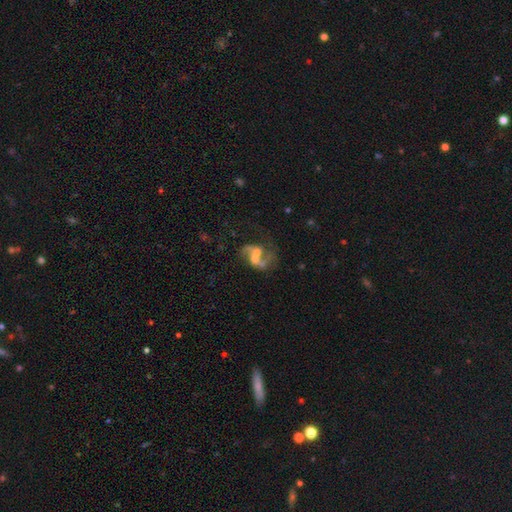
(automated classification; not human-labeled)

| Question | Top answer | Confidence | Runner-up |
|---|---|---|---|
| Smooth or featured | featured or disk | 72% | smooth (18%) |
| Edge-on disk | no | 98% | yes (2%) |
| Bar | no | 59% | weak (31%) |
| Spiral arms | yes | 77% | no (23%) |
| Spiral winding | loose | 64% | medium (30%) |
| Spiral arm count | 2 | 77% | 1 (13%) |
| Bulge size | moderate | 44% | small (31%) |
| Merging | merger | 44% | none (27%) |